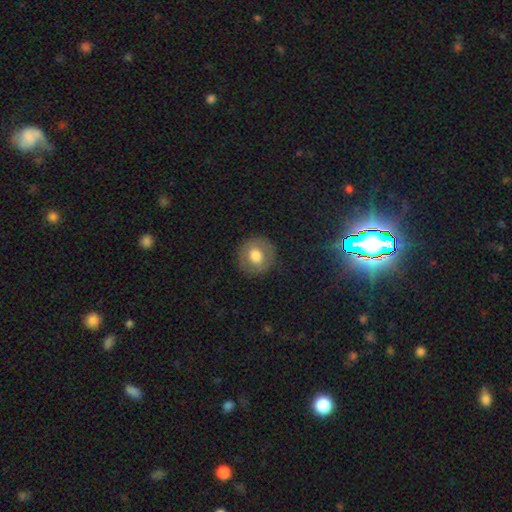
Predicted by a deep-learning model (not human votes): A smooth galaxy with no disk features (67%) that is round (92%). Merging: none (87%).